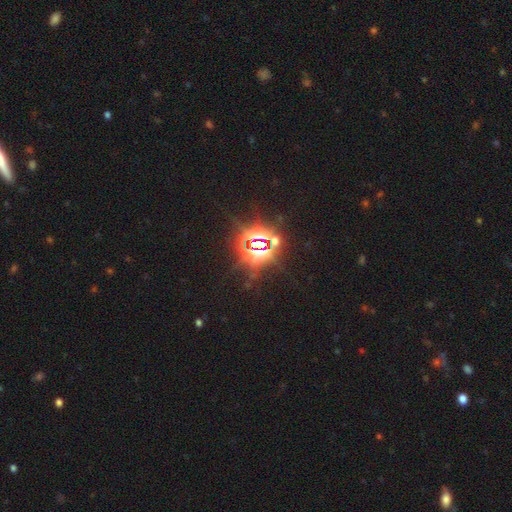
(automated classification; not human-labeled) Smooth or featured? star or artifact (83%)